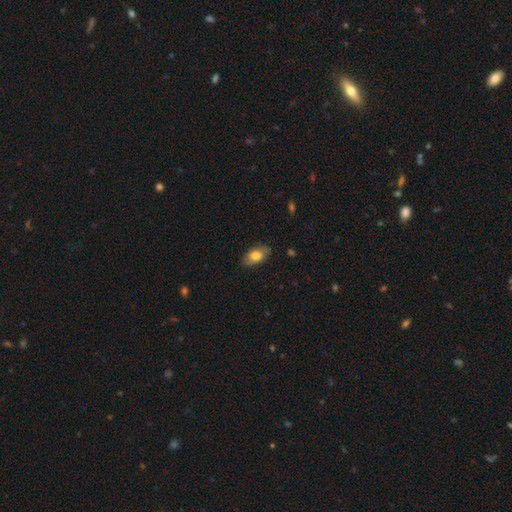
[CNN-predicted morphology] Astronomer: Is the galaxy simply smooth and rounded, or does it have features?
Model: smooth — 72%.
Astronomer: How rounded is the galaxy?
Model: in between — 93%.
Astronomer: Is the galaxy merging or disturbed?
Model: none — 82%.